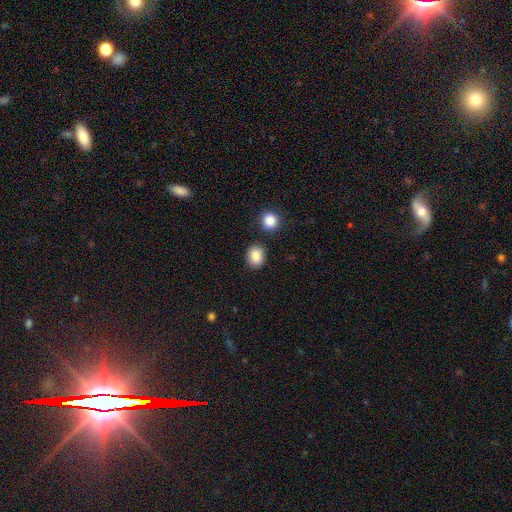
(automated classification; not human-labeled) A smooth galaxy with no disk features (86%) that is round (66%).

Vote fractions:
- Smooth or featured? smooth: 86% / star or artifact: 9% / featured or disk: 5%
- How rounded? round: 66% / in between: 33% / cigar-shaped: 1%
- Merging? none: 83% / minor disturbance: 9% / merger: 6% / major disturbance: 3%